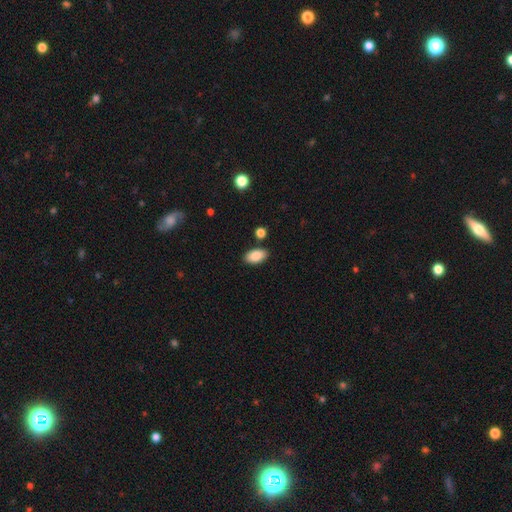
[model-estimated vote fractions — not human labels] This is clearly a smooth galaxy (88%). How rounded: clearly in between (94%). Merging: clearly none (85%).